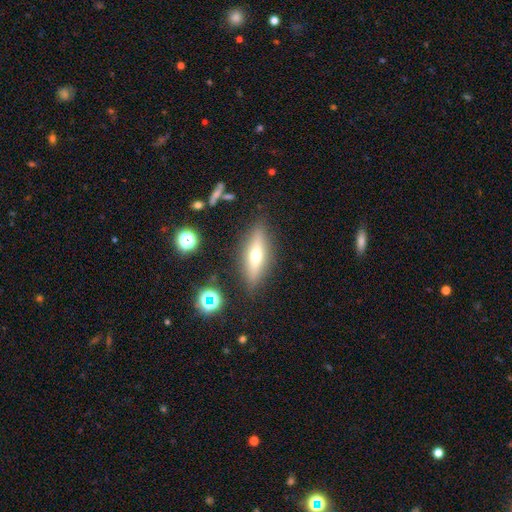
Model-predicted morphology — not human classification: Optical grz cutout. It shows a featured or disk galaxy (49%). Merging: none (85%).